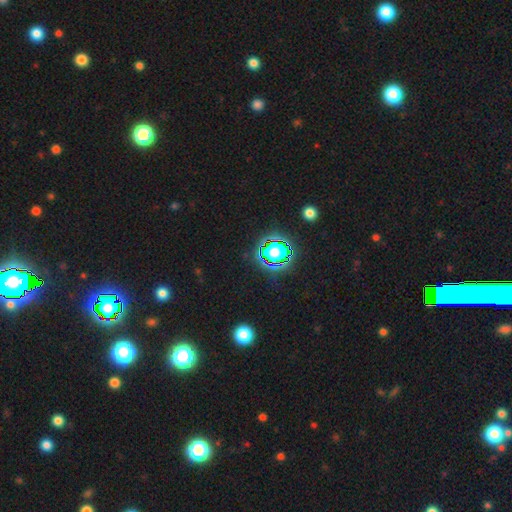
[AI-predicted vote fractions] Q: Smooth or featured?
A: star or artifact (80%); runner-up: smooth (13%)